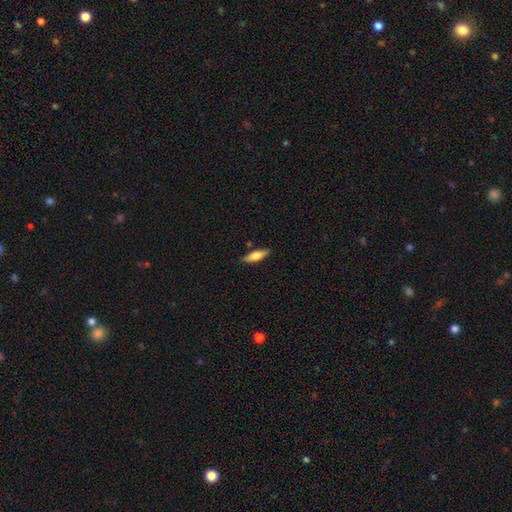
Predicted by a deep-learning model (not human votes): Smooth or featured? smooth (66%)
How rounded? cigar-shaped (53%)
Merging? none (83%)